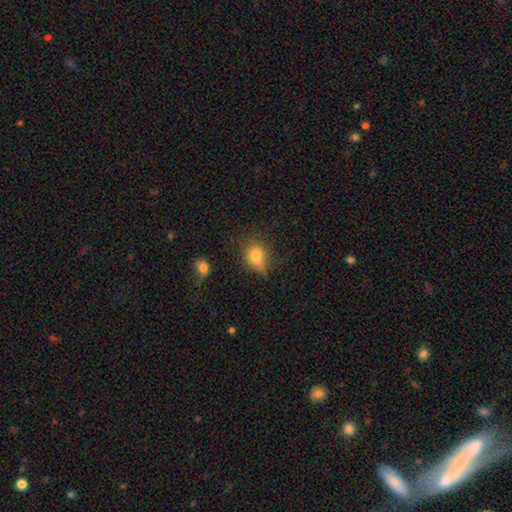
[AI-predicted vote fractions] Smooth or featured?
  - smooth: 71% *
  - featured or disk: 15%
  - star or artifact: 14%
How rounded?
  - in between: 52% *
  - round: 44%
  - cigar-shaped: 3%
Merging?
  - none: 43% *
  - minor disturbance: 32%
  - major disturbance: 19%
  - merger: 6%